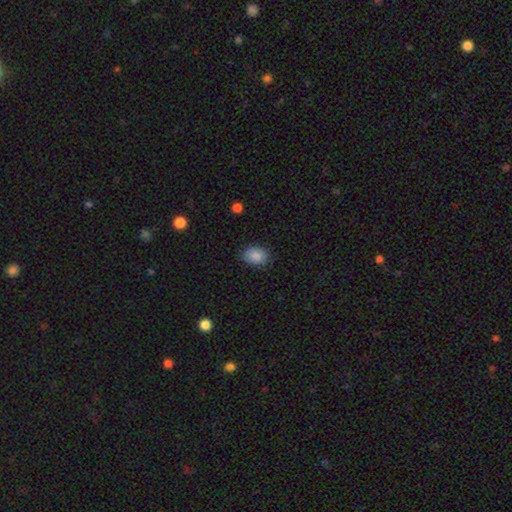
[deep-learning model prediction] smooth_or_featured: smooth (p=0.88) [alt: star or artifact p=0.08]
how_rounded: in between (p=0.75) [alt: round p=0.24]
merging: none (p=0.81) [alt: minor disturbance p=0.15]